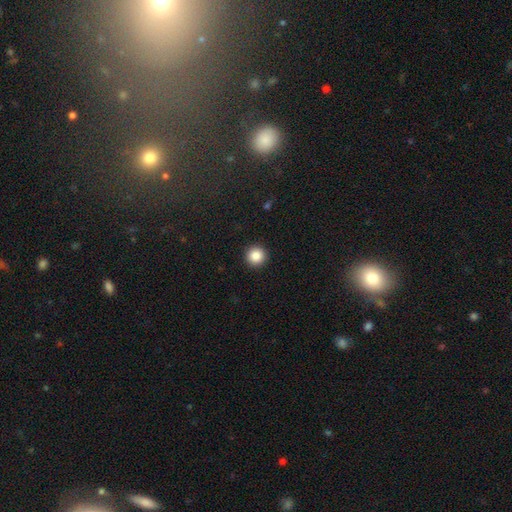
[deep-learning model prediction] Smooth or featured?
  - smooth: 86% *
  - star or artifact: 10%
  - featured or disk: 4%
How rounded?
  - round: 96% *
  - in between: 3%
  - cigar-shaped: 1%
Merging?
  - none: 93% *
  - minor disturbance: 4%
  - major disturbance: 2%
  - merger: 1%